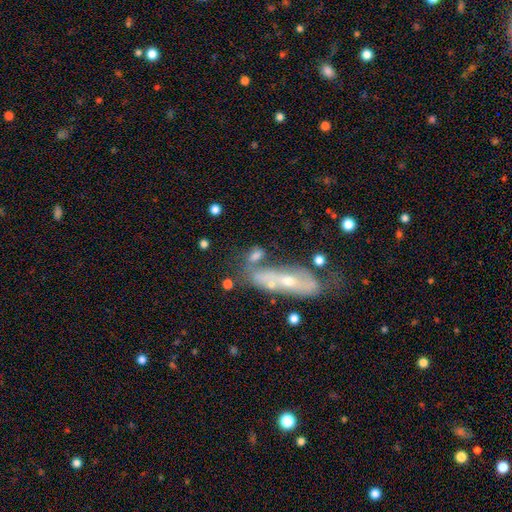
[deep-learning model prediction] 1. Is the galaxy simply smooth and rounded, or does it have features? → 58% smooth, 29% featured or disk, 12% star or artifact.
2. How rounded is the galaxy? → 62% in between, 27% cigar-shaped, 11% round.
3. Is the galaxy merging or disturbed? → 38% merger, 36% none, 15% minor disturbance, 11% major disturbance.